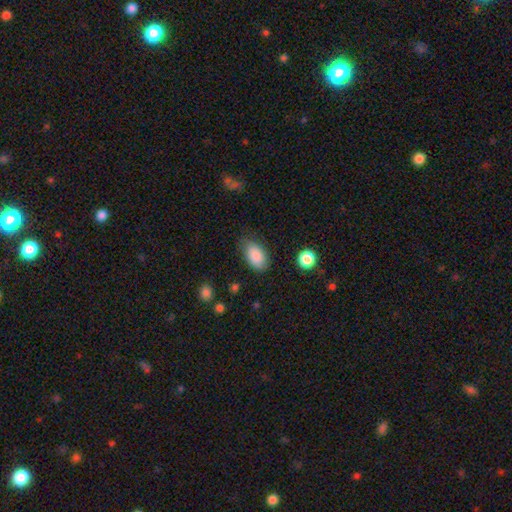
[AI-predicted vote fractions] Q: Smooth or featured?
A: smooth (87%); runner-up: star or artifact (7%)
Q: How rounded?
A: in between (93%); runner-up: round (6%)
Q: Merging?
A: none (75%); runner-up: minor disturbance (19%)